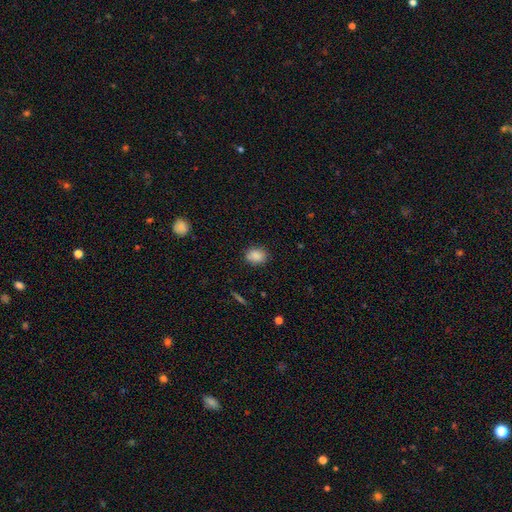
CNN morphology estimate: smooth_or_featured: smooth (p=0.87) [alt: star or artifact p=0.08]
how_rounded: in between (p=0.62) [alt: round p=0.37]
merging: none (p=0.83) [alt: minor disturbance p=0.13]